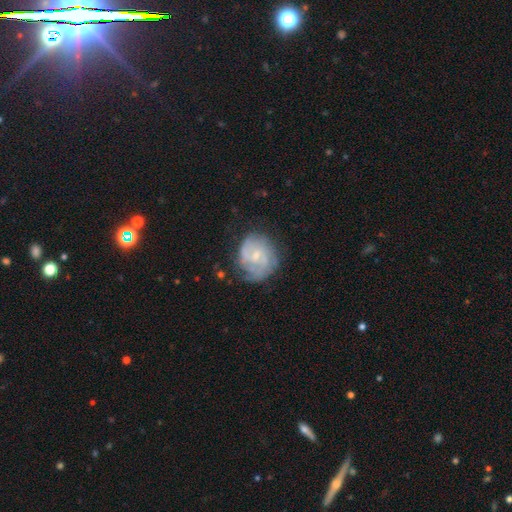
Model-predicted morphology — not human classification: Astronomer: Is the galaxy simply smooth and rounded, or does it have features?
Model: featured or disk — 69%.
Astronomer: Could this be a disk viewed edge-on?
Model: no — 98%.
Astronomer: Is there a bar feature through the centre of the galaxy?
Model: no — 64%.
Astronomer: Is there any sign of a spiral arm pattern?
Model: yes — 81%.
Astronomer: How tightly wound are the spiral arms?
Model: tight — 52% (runner-up: medium, 34%).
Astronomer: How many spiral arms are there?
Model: can't tell — 43% (runner-up: 2, 25%).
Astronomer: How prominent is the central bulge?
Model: small — 70%.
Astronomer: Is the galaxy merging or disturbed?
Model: none — 65%.